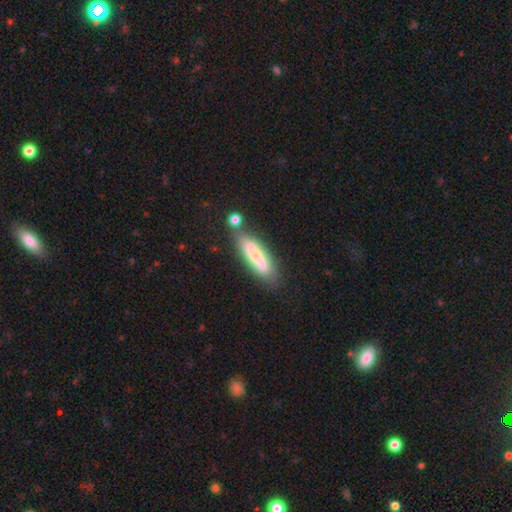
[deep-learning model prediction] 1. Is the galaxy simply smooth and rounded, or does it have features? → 65% smooth, 25% featured or disk, 9% star or artifact.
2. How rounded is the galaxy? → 75% cigar-shaped, 23% in between, 2% round.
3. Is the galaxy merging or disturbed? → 73% none, 16% minor disturbance, 7% merger, 4% major disturbance.